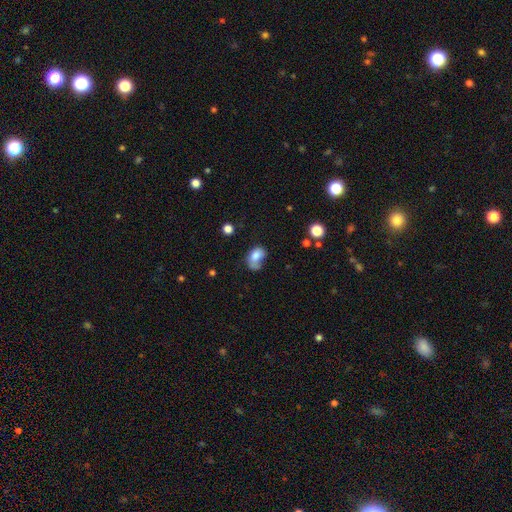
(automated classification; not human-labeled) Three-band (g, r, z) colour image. It shows a smooth galaxy with no disk features (75%) that is in between round and cigar-shaped (82%). Merging: none (30%).